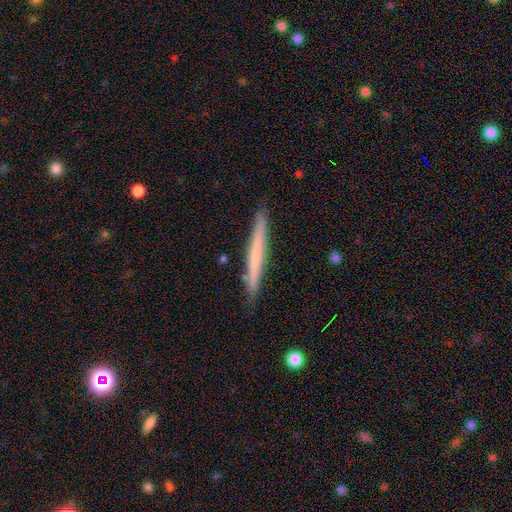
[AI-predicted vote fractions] Morphology: type=smooth (54%); roundness=cigar-shaped (97%); merging=none (89%).